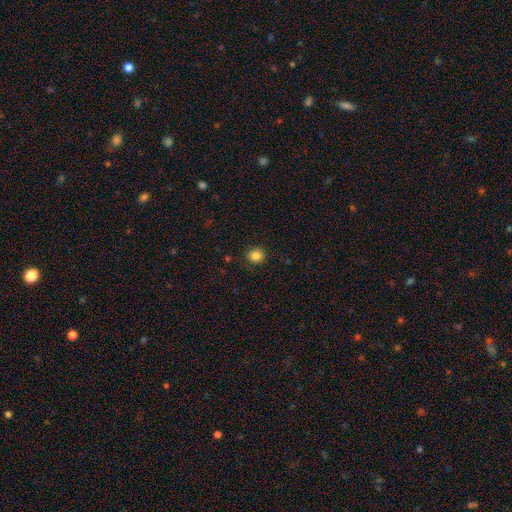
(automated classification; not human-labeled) Smooth or featured? smooth (85%)
How rounded? round (88%)
Merging? none (90%)